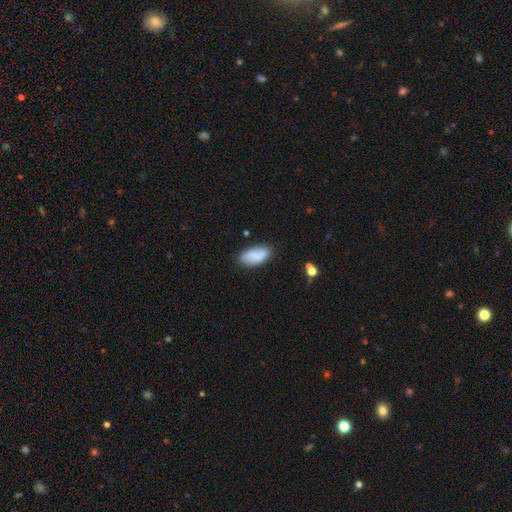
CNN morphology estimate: smooth-or-featured: smooth: 81% | featured or disk: 12% | star or artifact: 7%
  how-rounded: in between: 90% | cigar-shaped: 7% | round: 3%
  merging: none: 72% | minor disturbance: 19% | merger: 5% | major disturbance: 4%